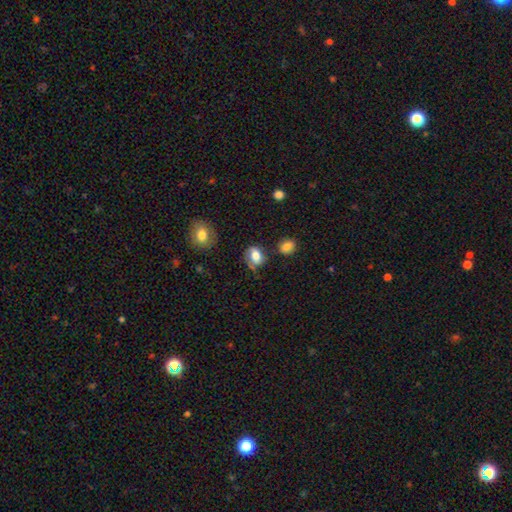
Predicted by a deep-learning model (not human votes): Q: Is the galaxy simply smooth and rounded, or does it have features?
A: smooth — 65%.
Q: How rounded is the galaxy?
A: in between — 59%.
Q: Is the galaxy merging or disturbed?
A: none — 52%.